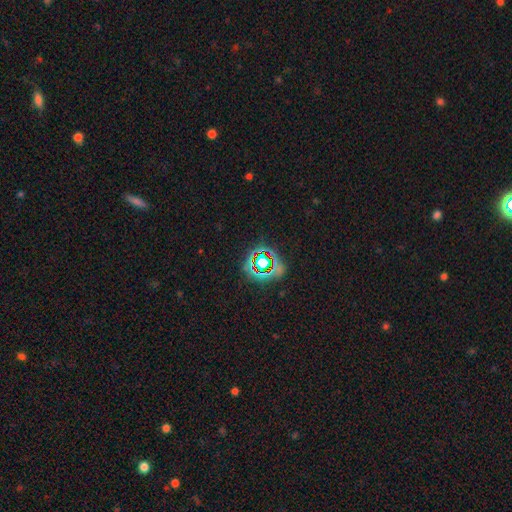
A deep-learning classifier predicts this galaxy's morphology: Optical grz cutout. It shows a star or artifact, not a galaxy (74%).